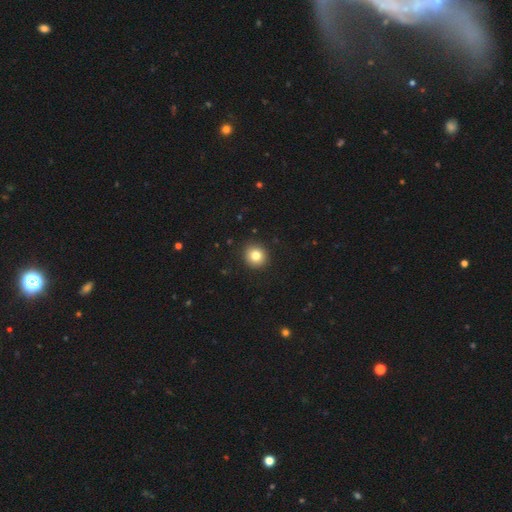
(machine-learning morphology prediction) type=smooth (81%); roundness=round (91%); merging=none (92%).